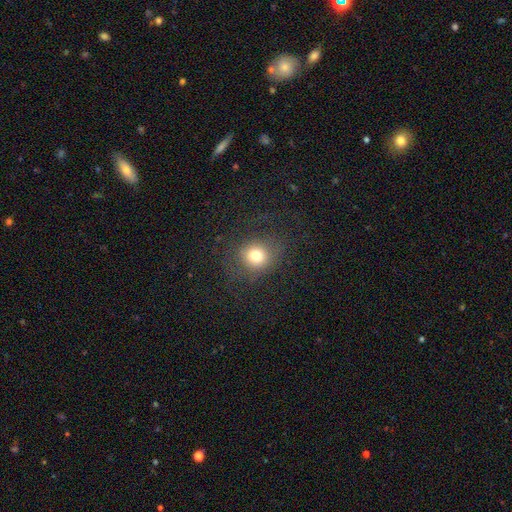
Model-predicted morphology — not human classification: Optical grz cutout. It shows a smooth galaxy with no disk features (74%) that is round (83%). Merging: none (74%).